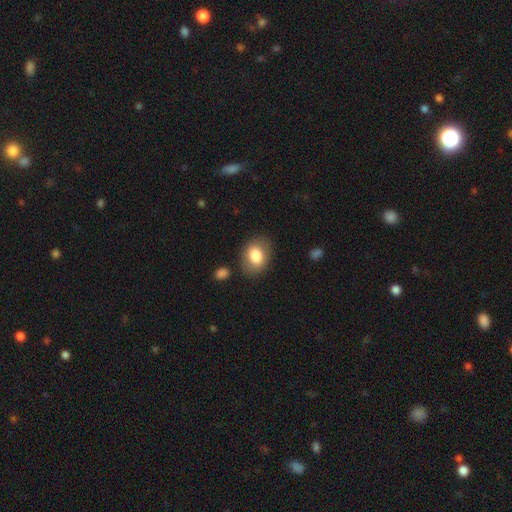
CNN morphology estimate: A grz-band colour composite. It shows a smooth galaxy with no disk features (80%) that is in between round and cigar-shaped (67%). Merging: none (80%).